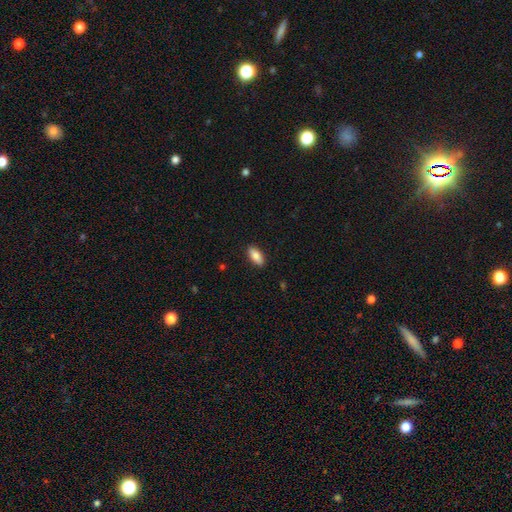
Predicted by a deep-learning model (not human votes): Overall: smooth (81%). How rounded: in between (82%). Merging: none (89%).